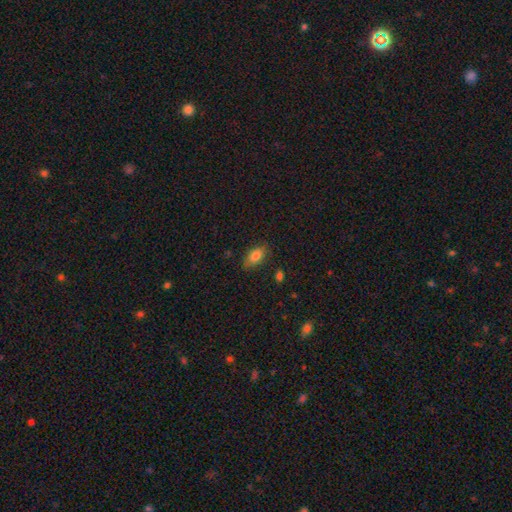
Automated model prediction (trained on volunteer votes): A smooth galaxy with no disk features (81%) that is in between round and cigar-shaped (88%). Merging: none (78%).